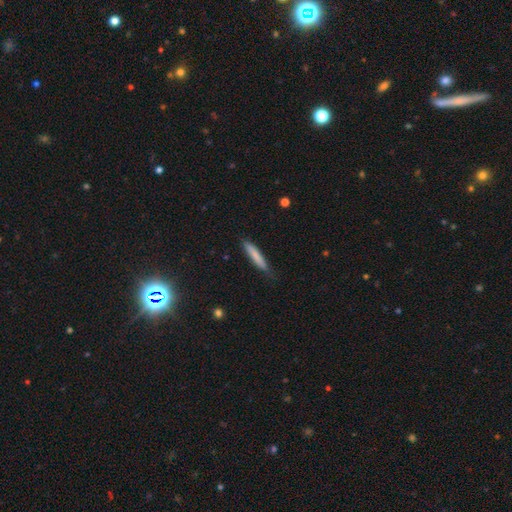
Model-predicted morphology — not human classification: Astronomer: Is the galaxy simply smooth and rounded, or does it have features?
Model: smooth — 78%.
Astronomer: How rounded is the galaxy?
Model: cigar-shaped — 92%.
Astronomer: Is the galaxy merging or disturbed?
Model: none — 75%.